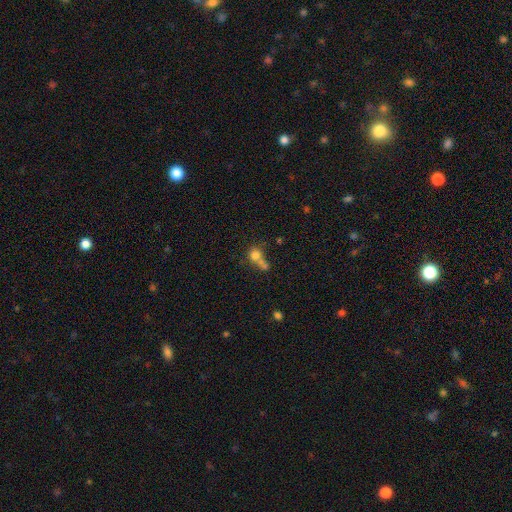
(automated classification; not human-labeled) Smooth or featured? smooth (72%)
How rounded? round (81%)
Merging? merger (50%)